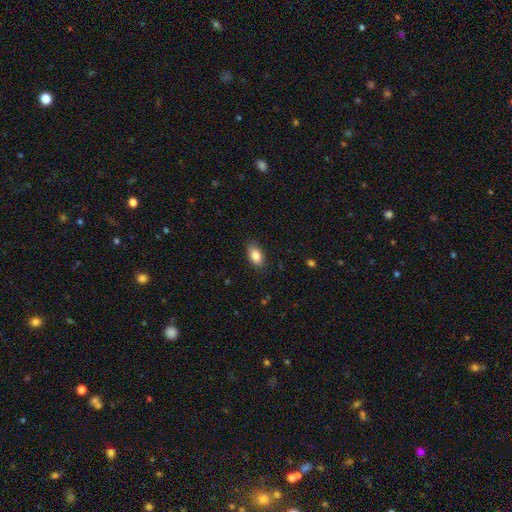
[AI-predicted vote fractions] Morphology: type=smooth (85%); roundness=in between (91%); merging=none (85%).